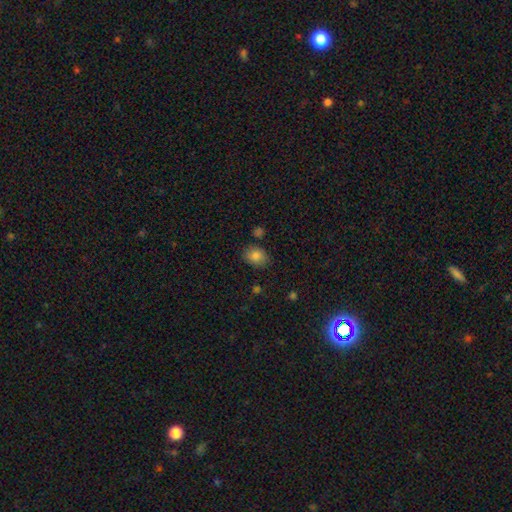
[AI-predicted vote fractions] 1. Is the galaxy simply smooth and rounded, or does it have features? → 83% smooth, 9% star or artifact, 7% featured or disk.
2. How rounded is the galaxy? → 59% in between, 41% round, 1% cigar-shaped.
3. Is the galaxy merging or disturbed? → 79% none, 14% minor disturbance, 4% merger, 3% major disturbance.